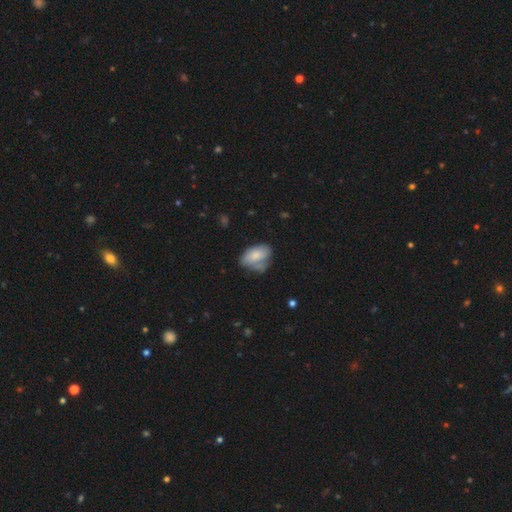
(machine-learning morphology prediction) A smooth galaxy with no disk features (72%) that is in between round and cigar-shaped (88%).

Vote fractions:
- Smooth or featured? smooth: 72% / featured or disk: 21% / star or artifact: 7%
- How rounded? in between: 88% / round: 11% / cigar-shaped: 2%
- Merging? none: 44% / minor disturbance: 32% / major disturbance: 13% / merger: 11%